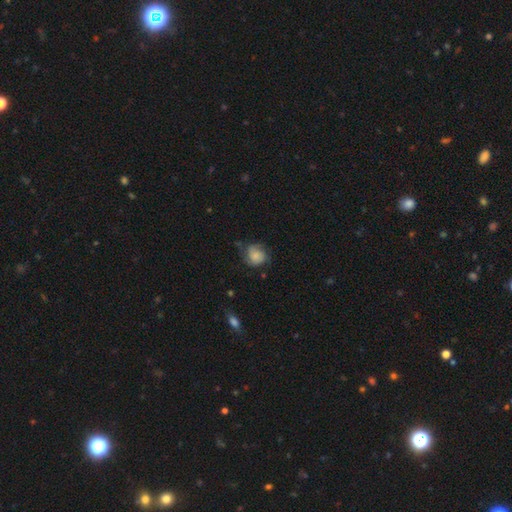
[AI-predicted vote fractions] Overall: smooth (49%; featured or disk 43%). Merging: none (59%; minor disturbance 27%).